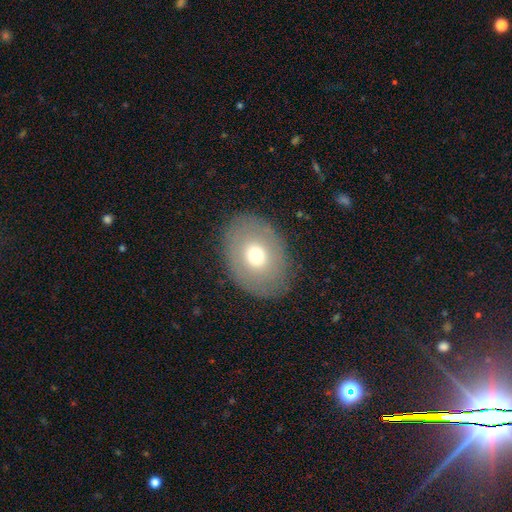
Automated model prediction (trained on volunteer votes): smooth-or-featured: smooth: 64% | featured or disk: 26% | star or artifact: 9%
  how-rounded: in between: 67% | round: 32% | cigar-shaped: 1%
  merging: none: 84% | minor disturbance: 10% | major disturbance: 4% | merger: 1%